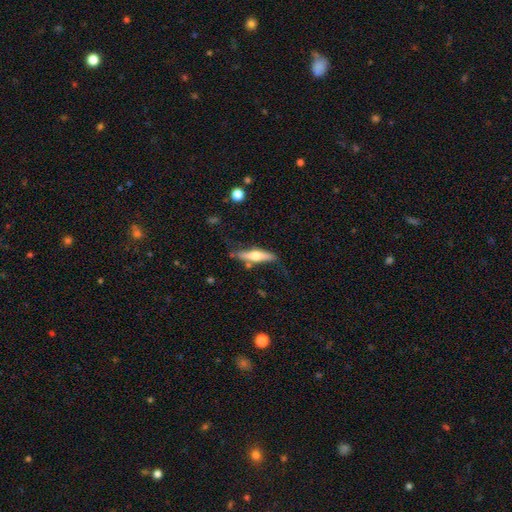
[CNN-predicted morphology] The model was most divided on "smooth or featured": featured or disk: 54%, smooth: 41%, star or artifact: 5%. More confident: edge-on disk — yes (91%); merging — none (71%).